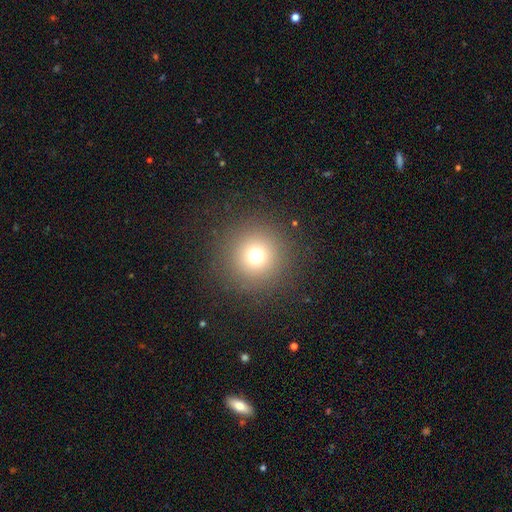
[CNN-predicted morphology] smooth 71%, star or artifact 19%, featured or disk 9%. Down the decision tree: how rounded — round (96%); merging — none (89%).